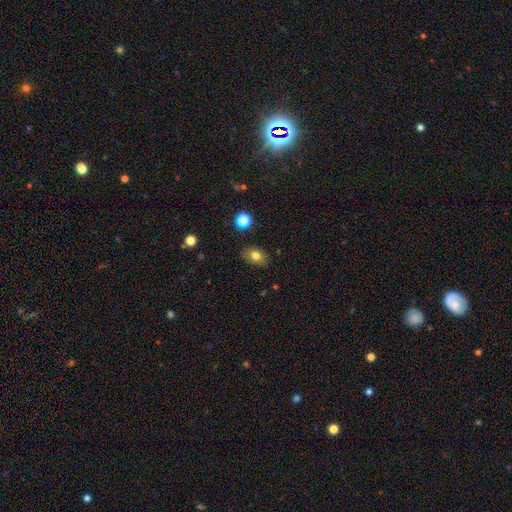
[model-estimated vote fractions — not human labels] Smooth or featured: smooth — 79% (star or artifact — 11%)
How rounded: in between — 75% (round — 23%)
Merging: none — 85% (minor disturbance — 11%)